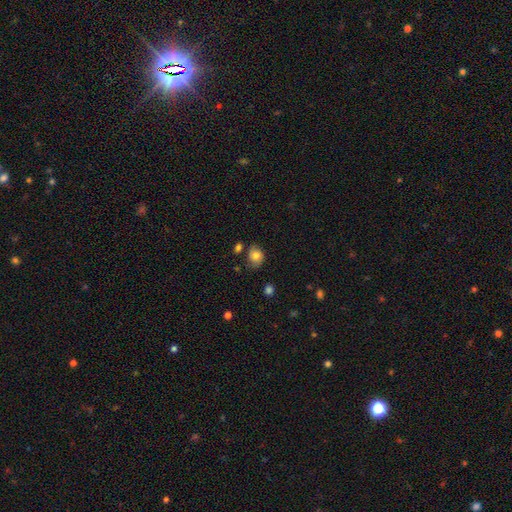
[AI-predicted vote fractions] The model was most divided on "how rounded": round: 59%, in between: 40%, cigar-shaped: 1%. More confident: smooth or featured — smooth (77%); merging — none (63%).